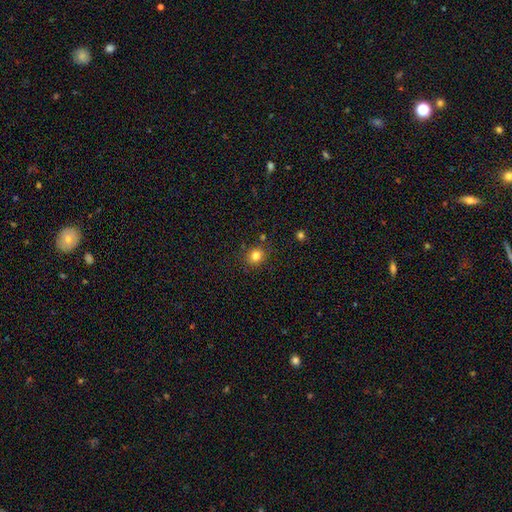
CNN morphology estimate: This appears to be a smooth galaxy with no disk features (82%) that is round (79%). Merging: none (84%).